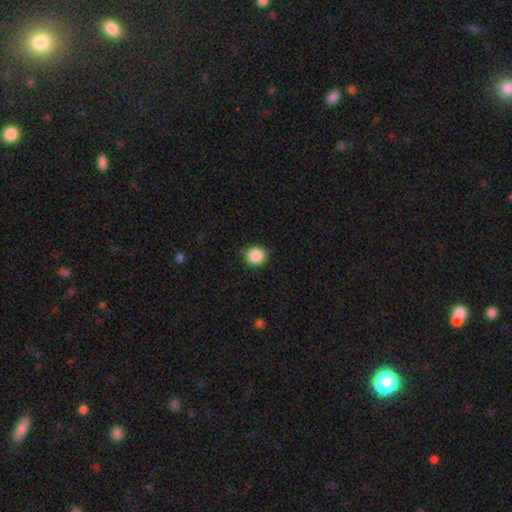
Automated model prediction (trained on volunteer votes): smooth-or-featured: smooth: 88% | star or artifact: 9% | featured or disk: 3%
  how-rounded: round: 90% | in between: 9% | cigar-shaped: 1%
  merging: none: 87% | minor disturbance: 10% | major disturbance: 2% | merger: 1%